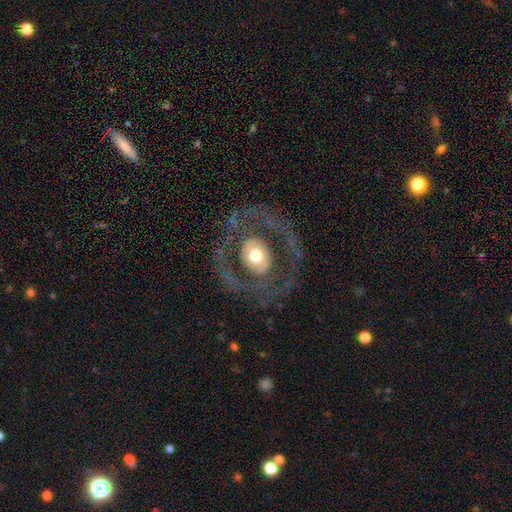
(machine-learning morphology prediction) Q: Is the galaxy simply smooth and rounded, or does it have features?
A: featured or disk — 64%.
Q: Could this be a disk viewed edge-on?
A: no — 94%.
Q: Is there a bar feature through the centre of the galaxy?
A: no — 82%.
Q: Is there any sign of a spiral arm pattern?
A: no — 60%.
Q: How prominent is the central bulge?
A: moderate — 52%.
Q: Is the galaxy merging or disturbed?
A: none — 72%.